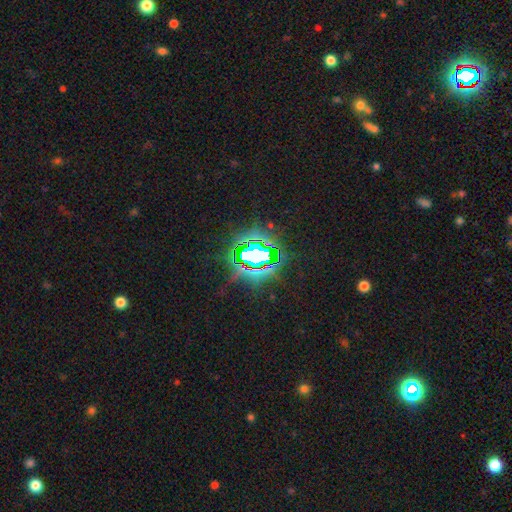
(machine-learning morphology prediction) type=star or artifact (76%).